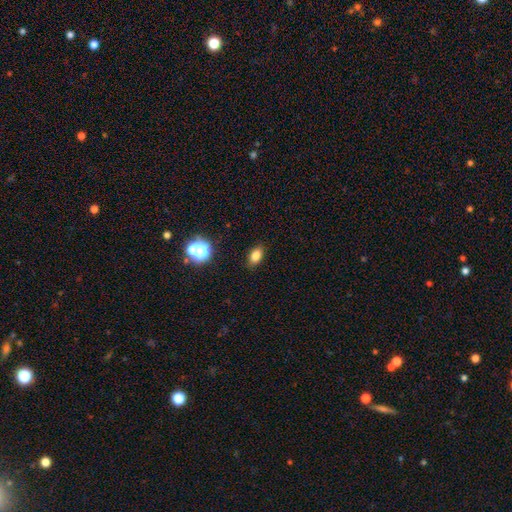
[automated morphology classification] smooth_or_featured: smooth (p=0.80) [alt: star or artifact p=0.13]
how_rounded: in between (p=0.84) [alt: round p=0.14]
merging: none (p=0.87) [alt: minor disturbance p=0.09]